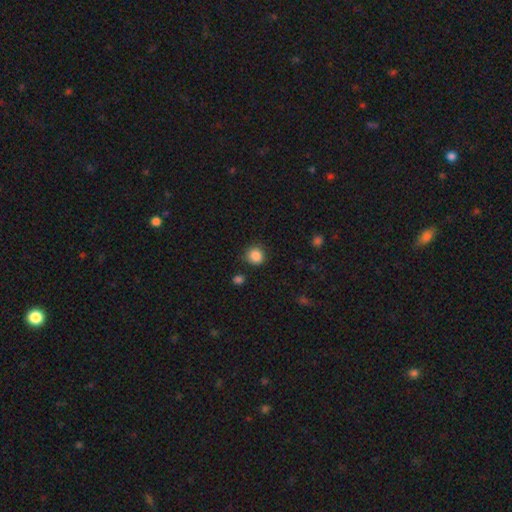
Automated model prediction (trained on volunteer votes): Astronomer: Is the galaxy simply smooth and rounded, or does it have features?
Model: smooth — 87%.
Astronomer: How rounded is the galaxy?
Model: round — 89%.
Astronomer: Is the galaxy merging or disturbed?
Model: none — 84%.